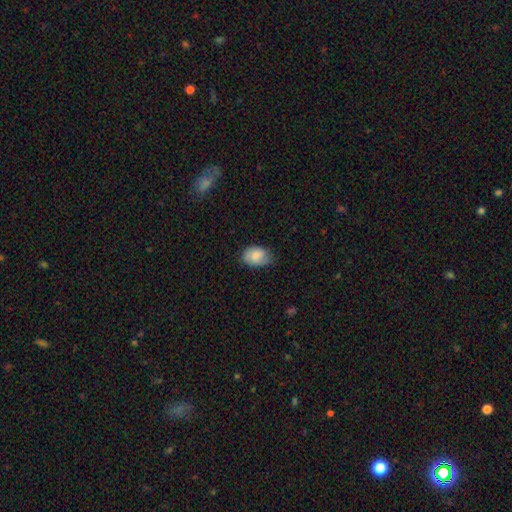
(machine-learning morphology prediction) The model was most divided on "merging": none: 67%, minor disturbance: 28%, major disturbance: 5%, merger: 1%. More confident: how rounded — in between (84%); smooth or featured — smooth (83%).